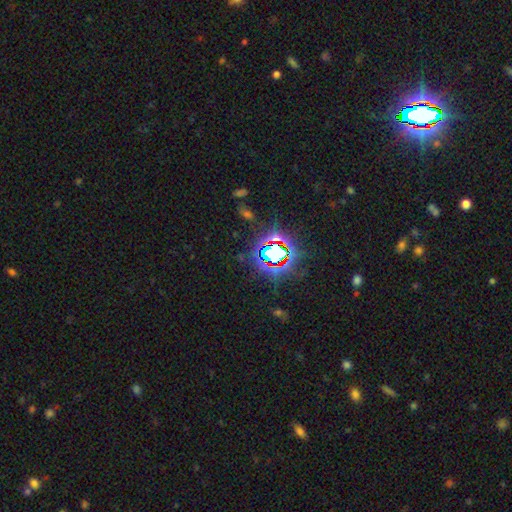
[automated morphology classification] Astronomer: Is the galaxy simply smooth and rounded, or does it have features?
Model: star or artifact — 81%.